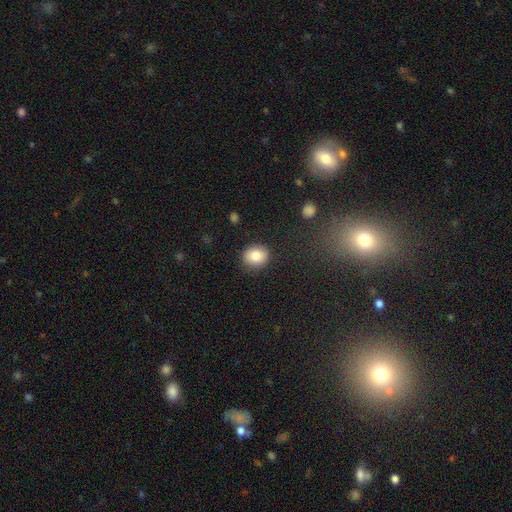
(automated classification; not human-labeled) smooth 83%, featured or disk 9%, star or artifact 9%. Down the decision tree: how rounded — round (71%); merging — none (87%).